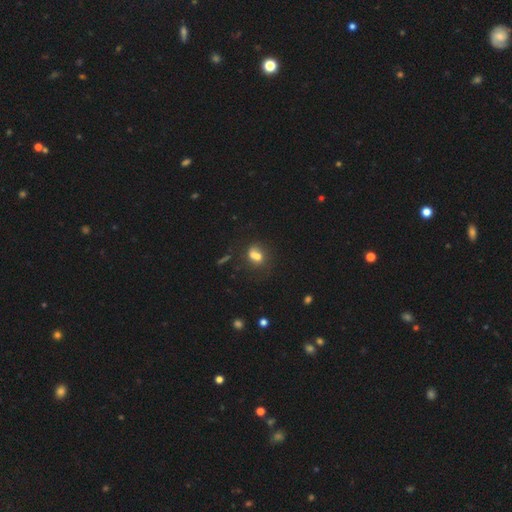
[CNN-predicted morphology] Smooth or featured? smooth (65%)
How rounded? round (51%)
Merging? merger (54%)